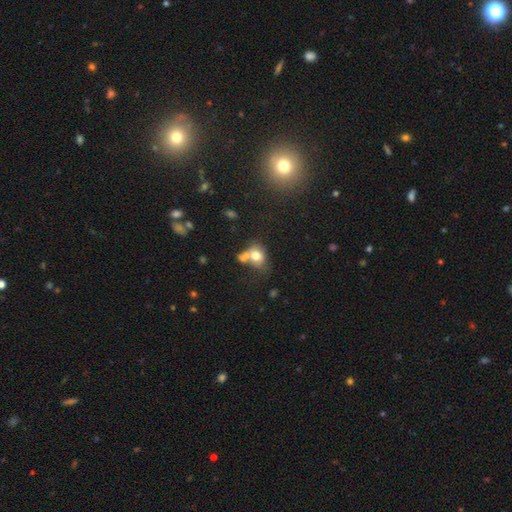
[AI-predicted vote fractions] A smooth galaxy with no disk features (72%) that is in between round and cigar-shaped (52%).

Vote fractions:
- Smooth or featured? smooth: 72% / featured or disk: 17% / star or artifact: 11%
- How rounded? in between: 52% / round: 47% / cigar-shaped: 1%
- Merging? merger: 46% / none: 31% / minor disturbance: 14% / major disturbance: 9%